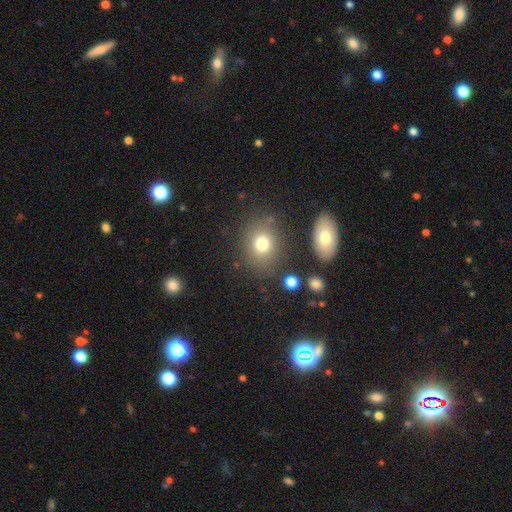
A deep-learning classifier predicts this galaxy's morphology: This appears to be a smooth galaxy with no disk features (55%) that is round (52%). Merging: none (80%).